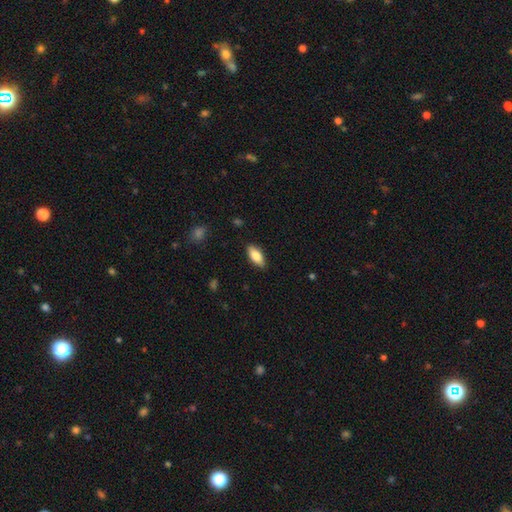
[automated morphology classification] This appears to be a smooth galaxy with no disk features (77%) that is in between round and cigar-shaped (83%). Merging: none (87%).